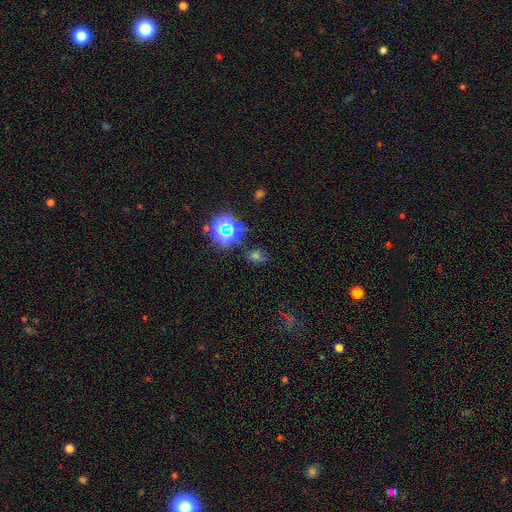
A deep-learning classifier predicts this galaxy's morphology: This is possibly a smooth galaxy (55%). How rounded: possibly round (53%). Merging: clearly none (80%).